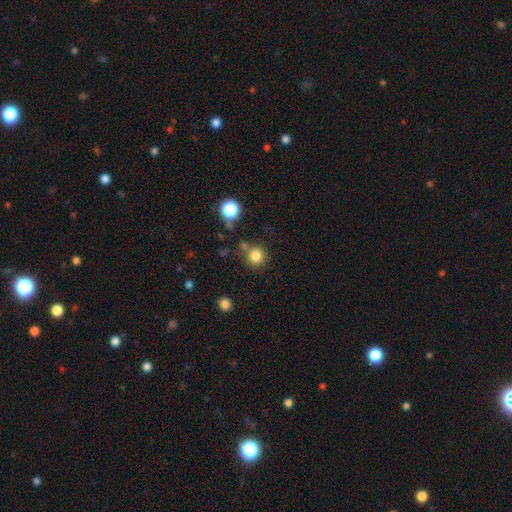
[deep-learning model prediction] Smooth or featured? Predicted: smooth (p=0.81). How rounded? Predicted: round (p=0.93). Merging? Predicted: none (p=0.73).